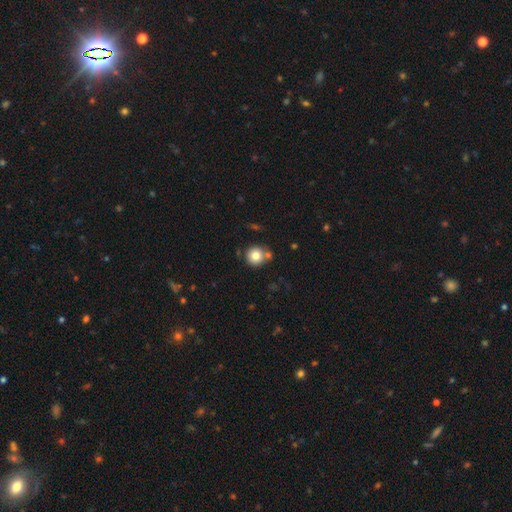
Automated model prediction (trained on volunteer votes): smooth_or_featured: smooth (p=0.78) [alt: featured or disk p=0.12]
how_rounded: round (p=0.93) [alt: in between p=0.06]
merging: none (p=0.71) [alt: merger p=0.15]